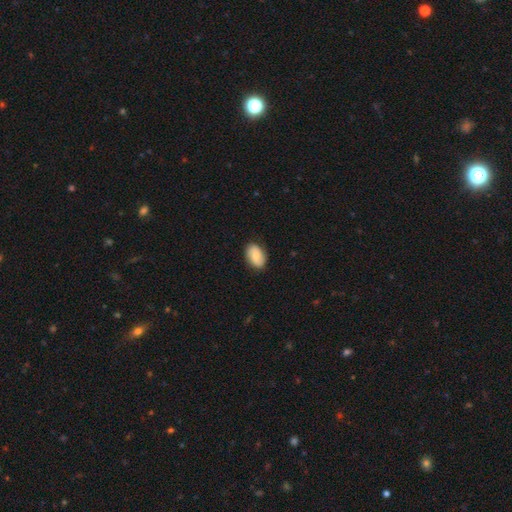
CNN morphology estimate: Smooth or featured?
  - smooth: 66% *
  - featured or disk: 27%
  - star or artifact: 7%
How rounded?
  - in between: 86% *
  - round: 13%
  - cigar-shaped: 1%
Merging?
  - none: 84% *
  - minor disturbance: 13%
  - major disturbance: 3%
  - merger: 1%